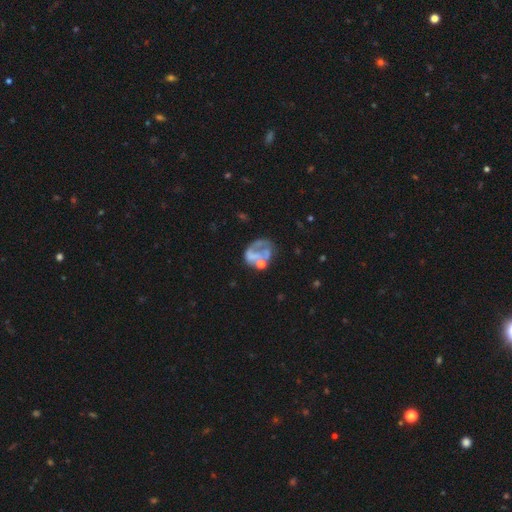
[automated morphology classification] Smooth or featured: featured or disk — 53% (smooth — 34%)
Edge-on disk: no — 98% (yes — 2%)
Bar: no — 86% (weak — 10%)
Spiral arms: no — 79% (yes — 21%)
Bulge size: none — 70% (small — 14%)
Merging: major disturbance — 36% (none — 32%)